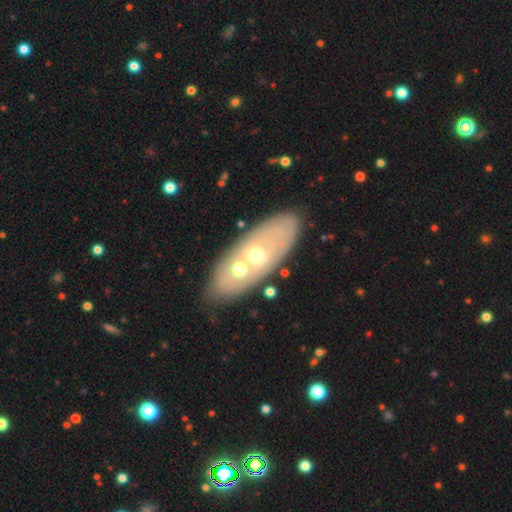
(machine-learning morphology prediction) type=featured or disk (51%); edge-on=no (81%); merging=none (66%).